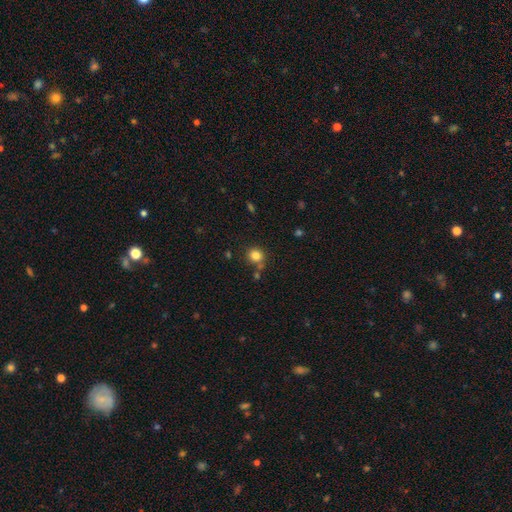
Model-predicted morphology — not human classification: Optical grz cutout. It shows a smooth galaxy with no disk features (82%) that is round (88%). Merging: none (72%).